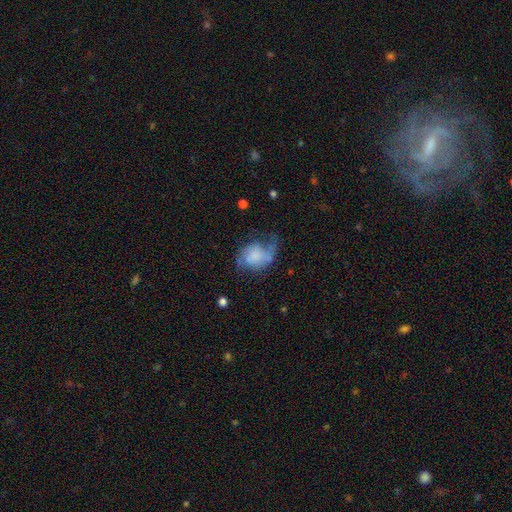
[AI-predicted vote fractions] Morphology: type=smooth (48%); merging=major disturbance (38%).